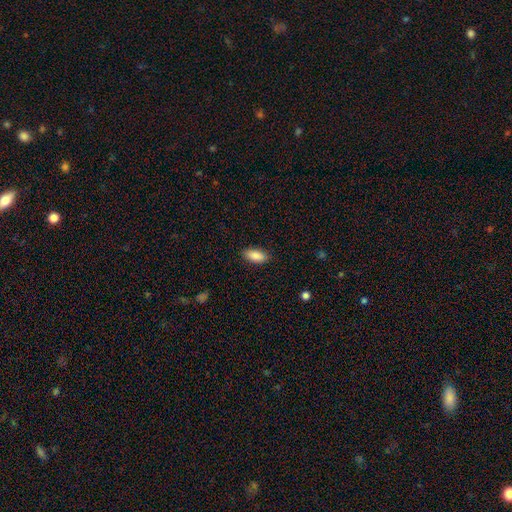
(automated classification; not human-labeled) smooth 88%, star or artifact 7%, featured or disk 6%. Down the decision tree: how rounded — in between (90%); merging — none (88%).